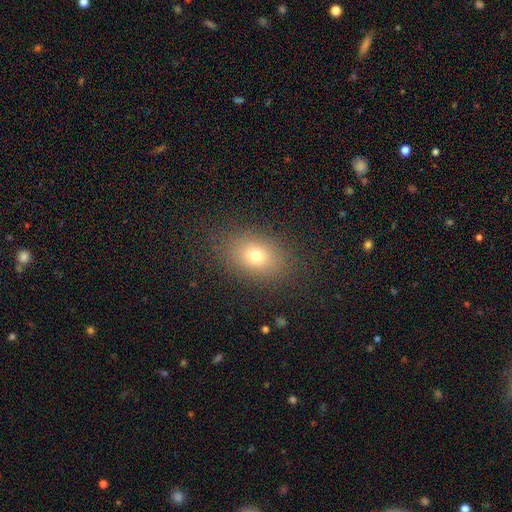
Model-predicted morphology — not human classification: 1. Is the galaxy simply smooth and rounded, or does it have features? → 74% smooth, 14% star or artifact, 13% featured or disk.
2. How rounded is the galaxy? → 72% in between, 27% round, 1% cigar-shaped.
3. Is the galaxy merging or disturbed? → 84% none, 10% minor disturbance, 5% major disturbance, 1% merger.